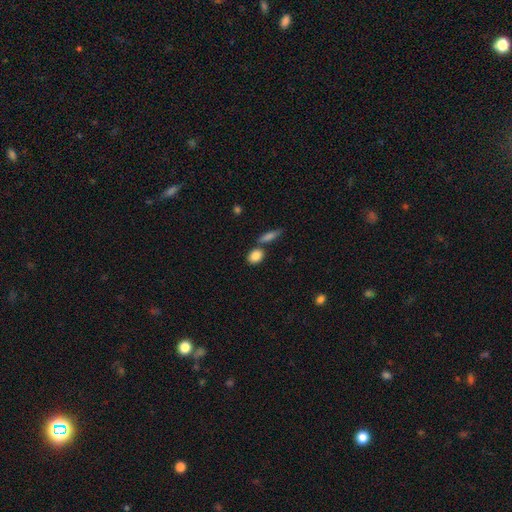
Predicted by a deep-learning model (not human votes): Overall: smooth (85%). How rounded: in between (64%; round 31%). Merging: none (65%).